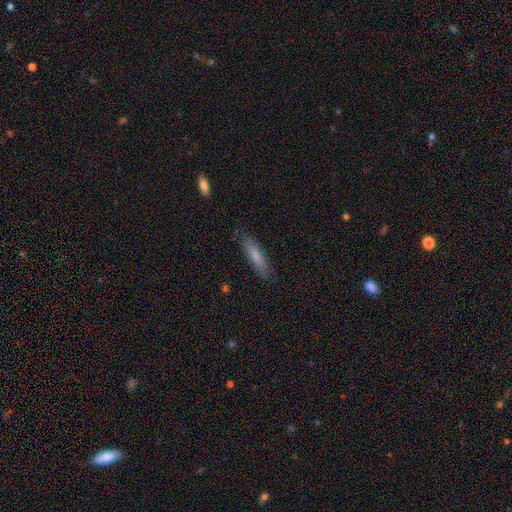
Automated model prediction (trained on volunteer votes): smooth-or-featured: smooth: 75% | featured or disk: 19% | star or artifact: 6%
  how-rounded: cigar-shaped: 78% | in between: 21% | round: 1%
  merging: none: 83% | minor disturbance: 13% | major disturbance: 3% | merger: 1%